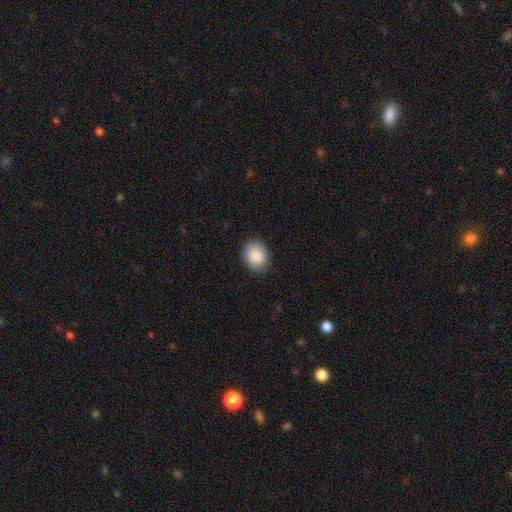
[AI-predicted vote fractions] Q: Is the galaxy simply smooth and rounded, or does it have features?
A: smooth — 89%.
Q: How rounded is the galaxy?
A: in between — 61%.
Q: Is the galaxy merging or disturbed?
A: none — 83%.